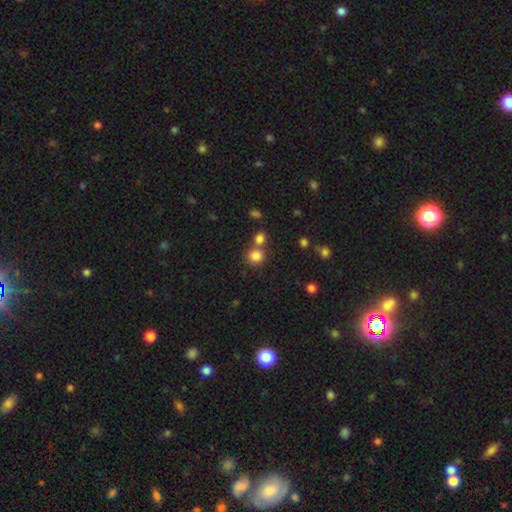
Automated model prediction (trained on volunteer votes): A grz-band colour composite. It shows a smooth galaxy with no disk features (82%) that is round (84%). Merging: none (60%).